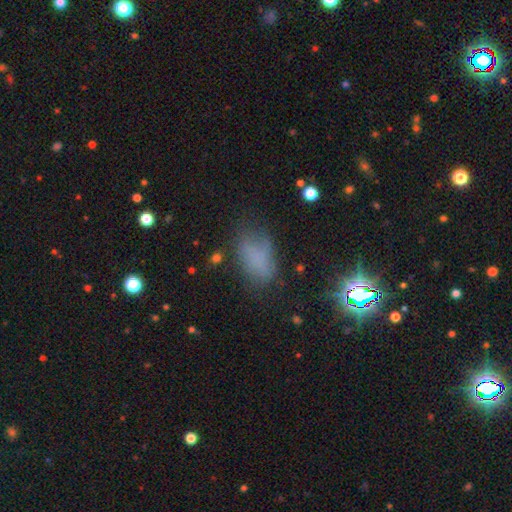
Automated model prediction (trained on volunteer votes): Overall: smooth (61%; star or artifact 22%). How rounded: in between (88%). Merging: none (51%; minor disturbance 28%).